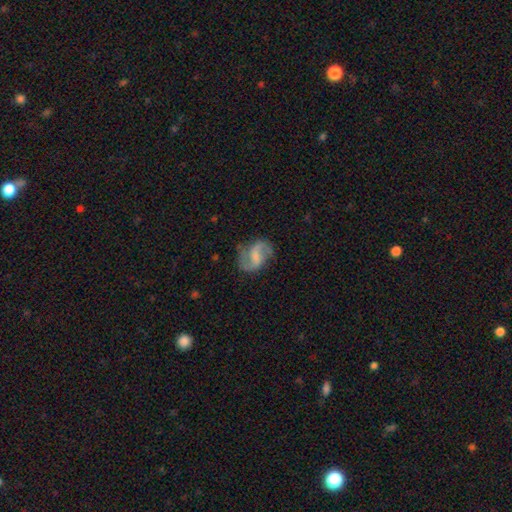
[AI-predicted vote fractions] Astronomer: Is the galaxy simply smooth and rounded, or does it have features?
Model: featured or disk — 77%.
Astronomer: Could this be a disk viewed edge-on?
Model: no — 98%.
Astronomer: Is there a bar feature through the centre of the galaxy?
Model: weak — 52%.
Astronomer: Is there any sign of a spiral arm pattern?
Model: yes — 93%.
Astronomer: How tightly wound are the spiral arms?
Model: loose — 48% (runner-up: medium, 42%).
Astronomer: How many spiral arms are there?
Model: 2 — 90%.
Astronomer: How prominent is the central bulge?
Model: none — 38% (runner-up: small, 31%).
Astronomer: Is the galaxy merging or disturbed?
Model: none — 70%.